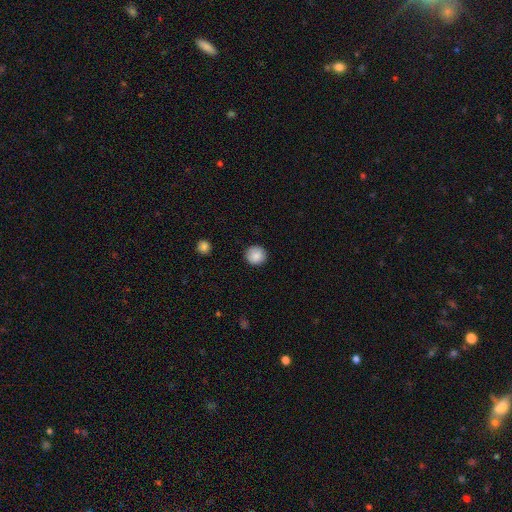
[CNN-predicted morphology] Smooth or featured?
  - smooth: 87% *
  - star or artifact: 8%
  - featured or disk: 5%
How rounded?
  - round: 93% *
  - in between: 6%
  - cigar-shaped: 1%
Merging?
  - none: 89% *
  - minor disturbance: 8%
  - major disturbance: 2%
  - merger: 1%